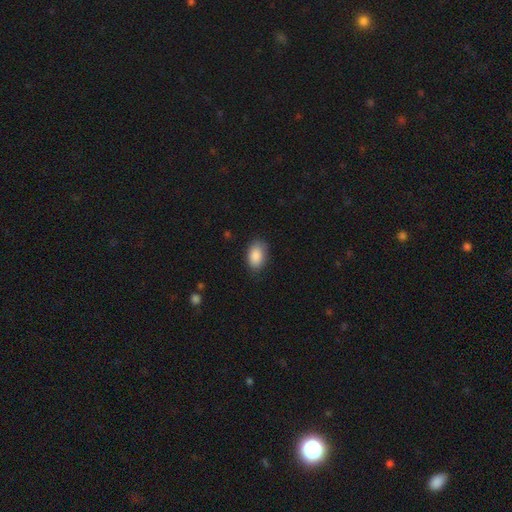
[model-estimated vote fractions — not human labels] A smooth galaxy with no disk features (89%) that is in between round and cigar-shaped (91%). Merging: none (81%).